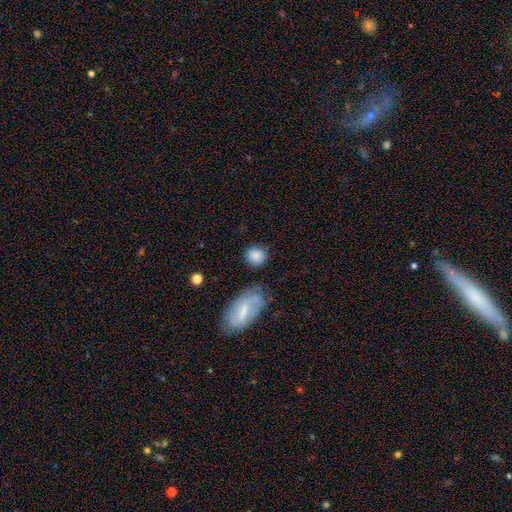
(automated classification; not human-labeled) Q: Smooth or featured?
A: smooth (83%); runner-up: featured or disk (9%)
Q: How rounded?
A: round (76%); runner-up: in between (22%)
Q: Merging?
A: none (74%); runner-up: minor disturbance (14%)